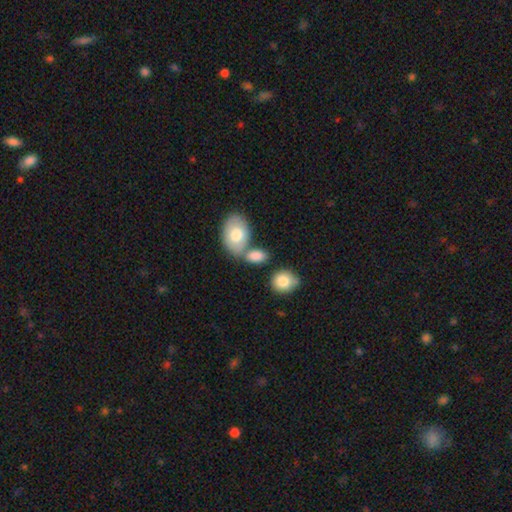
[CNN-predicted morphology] This is likely a smooth galaxy (80%). How rounded: clearly in between (86%). Merging: possibly none (52%).